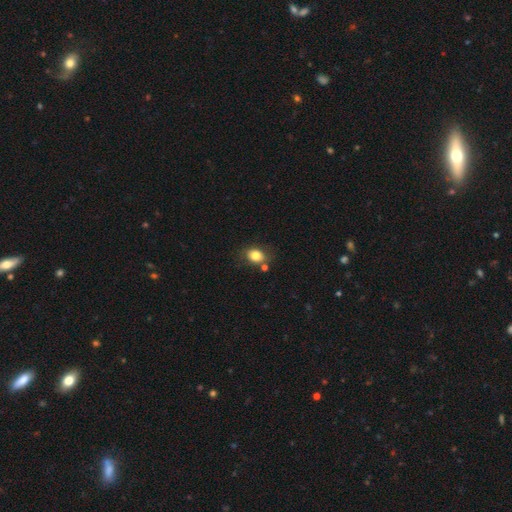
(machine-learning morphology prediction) A smooth galaxy with no disk features (81%) that is in between round and cigar-shaped (59%).

Vote fractions:
- Smooth or featured? smooth: 81% / star or artifact: 10% / featured or disk: 9%
- How rounded? in between: 59% / round: 40% / cigar-shaped: 1%
- Merging? none: 71% / minor disturbance: 16% / merger: 9% / major disturbance: 4%